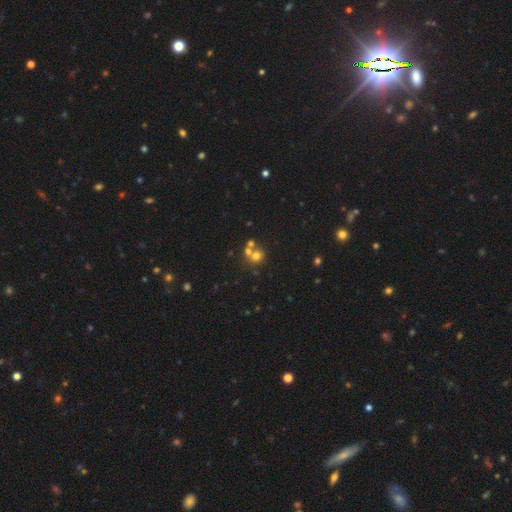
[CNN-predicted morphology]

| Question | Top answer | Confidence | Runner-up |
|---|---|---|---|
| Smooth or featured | smooth | 62% | star or artifact (19%) |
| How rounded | round | 81% | in between (18%) |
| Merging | none | 44% | tied: merger (44%) |